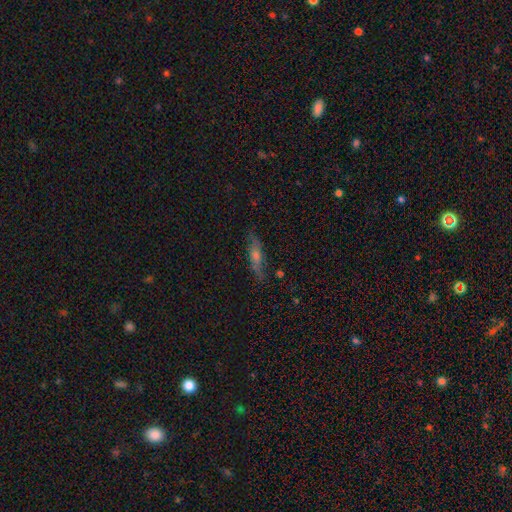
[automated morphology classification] smooth-or-featured: featured or disk: 55% | smooth: 33% | star or artifact: 12%
  disk-edge-on: yes: 82% | no: 18%
  merging: none: 82% | minor disturbance: 13% | major disturbance: 3% | merger: 2%